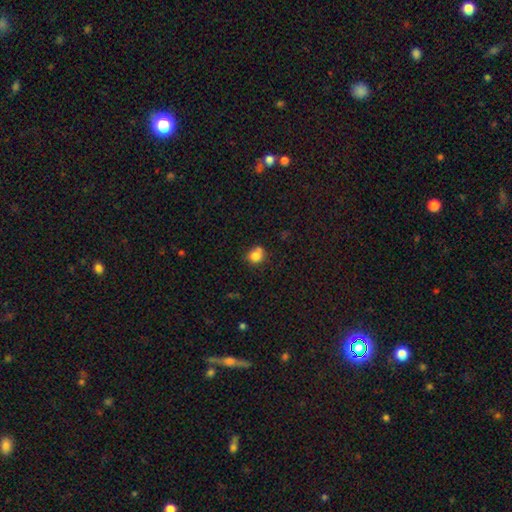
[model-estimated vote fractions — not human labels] A smooth galaxy with no disk features (80%) that is round (72%).

Vote fractions:
- Smooth or featured? smooth: 80% / star or artifact: 11% / featured or disk: 9%
- How rounded? round: 72% / in between: 27% / cigar-shaped: 1%
- Merging? none: 56% / minor disturbance: 22% / merger: 16% / major disturbance: 6%